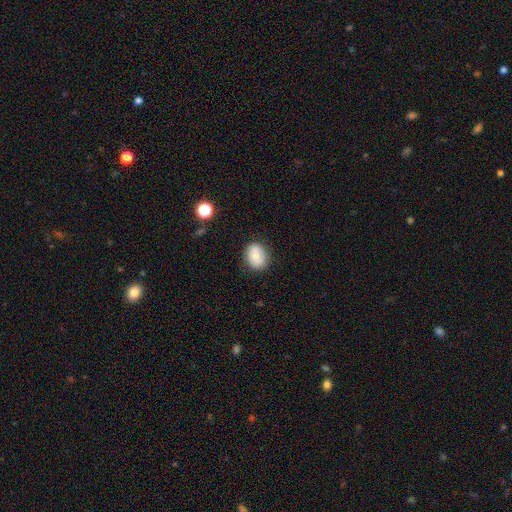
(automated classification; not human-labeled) This is likely a smooth galaxy (74%). How rounded: possibly round (52%). Merging: clearly none (82%).